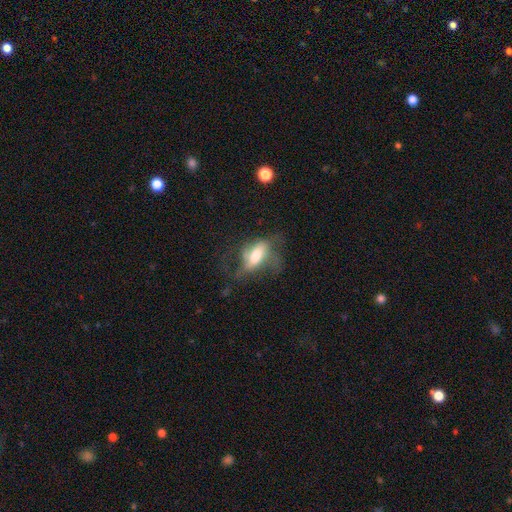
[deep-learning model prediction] This appears to be a smooth galaxy with no disk features (46%). Merging: major disturbance (38%).